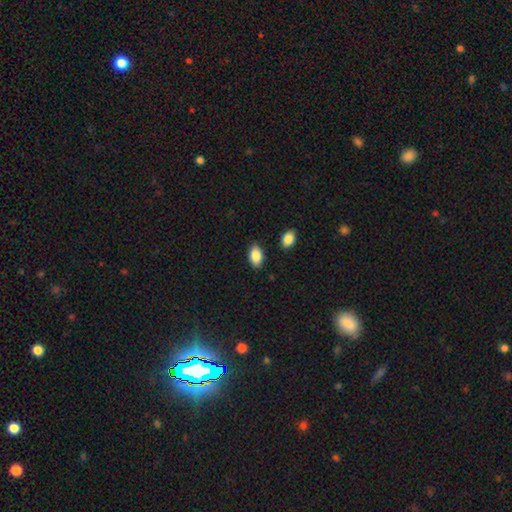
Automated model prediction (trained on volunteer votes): This appears to be a smooth galaxy with no disk features (87%) that is in between round and cigar-shaped (91%). Merging: none (84%).